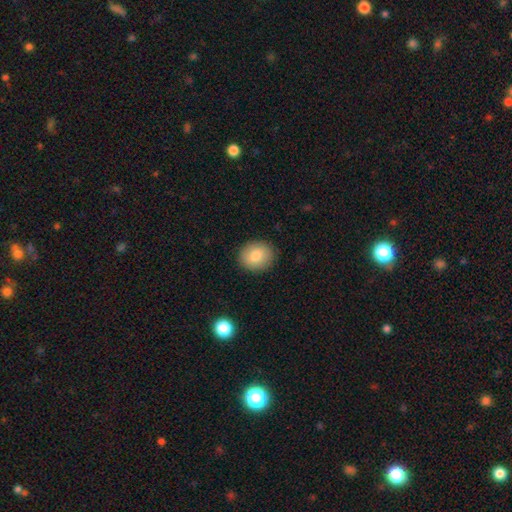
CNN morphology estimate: A smooth galaxy with no disk features (81%) that is round (69%). Merging: none (89%).